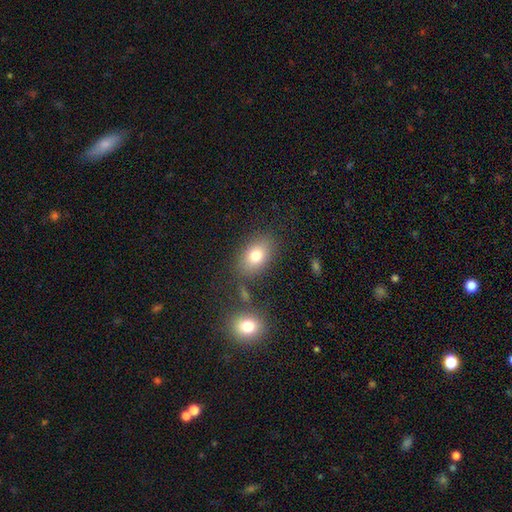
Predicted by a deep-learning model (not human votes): smooth_or_featured: smooth (p=0.78) [alt: featured or disk p=0.12]
how_rounded: in between (p=0.82) [alt: round p=0.16]
merging: none (p=0.78) [alt: minor disturbance p=0.12]